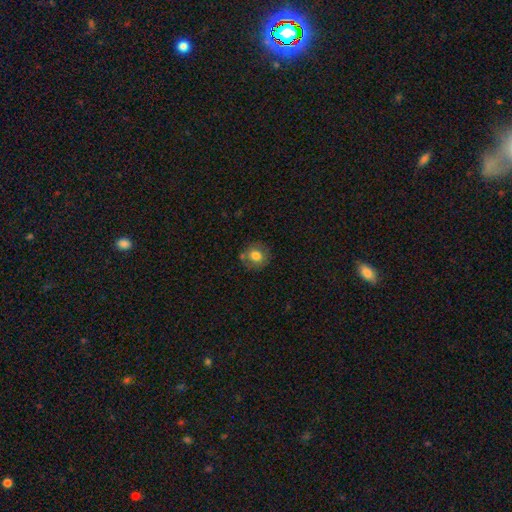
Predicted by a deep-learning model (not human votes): Q: Smooth or featured?
A: smooth (75%); runner-up: featured or disk (15%)
Q: How rounded?
A: round (84%); runner-up: in between (15%)
Q: Merging?
A: none (74%); runner-up: minor disturbance (14%)